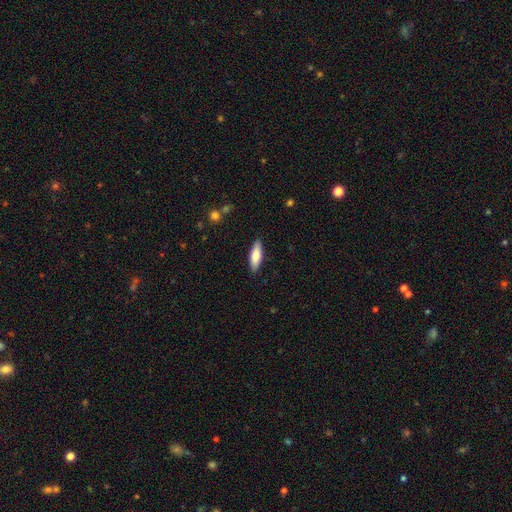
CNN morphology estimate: Q: Smooth or featured?
A: smooth (74%); runner-up: featured or disk (20%)
Q: How rounded?
A: in between (55%); runner-up: cigar-shaped (43%)
Q: Merging?
A: none (88%); runner-up: minor disturbance (9%)